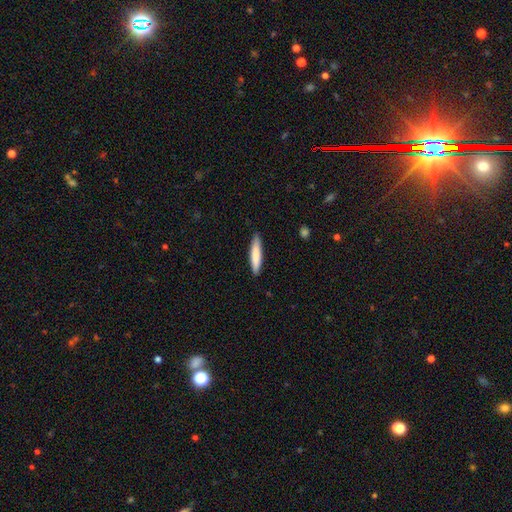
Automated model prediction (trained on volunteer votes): A smooth galaxy with no disk features (80%) that is cigar-shaped (86%).

Vote fractions:
- Smooth or featured? smooth: 80% / featured or disk: 14% / star or artifact: 5%
- How rounded? cigar-shaped: 86% / in between: 12% / round: 1%
- Merging? none: 88% / minor disturbance: 10% / major disturbance: 2% / merger: 1%